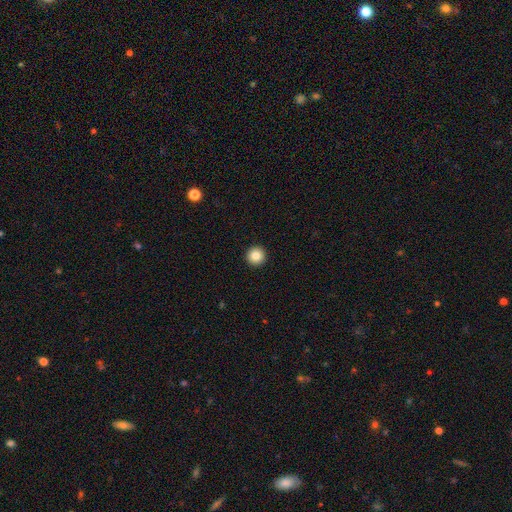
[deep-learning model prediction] Smooth or featured?
  - smooth: 85% *
  - star or artifact: 10%
  - featured or disk: 5%
How rounded?
  - round: 96% *
  - in between: 3%
  - cigar-shaped: 1%
Merging?
  - none: 94% *
  - minor disturbance: 3%
  - major disturbance: 1%
  - merger: 1%